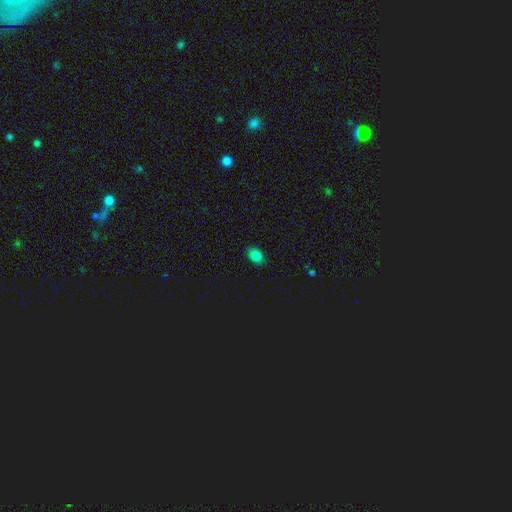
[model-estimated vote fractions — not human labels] Smooth or featured? Predicted: smooth (p=0.82). How rounded? Predicted: in between (p=0.76). Merging? Predicted: none (p=0.87).